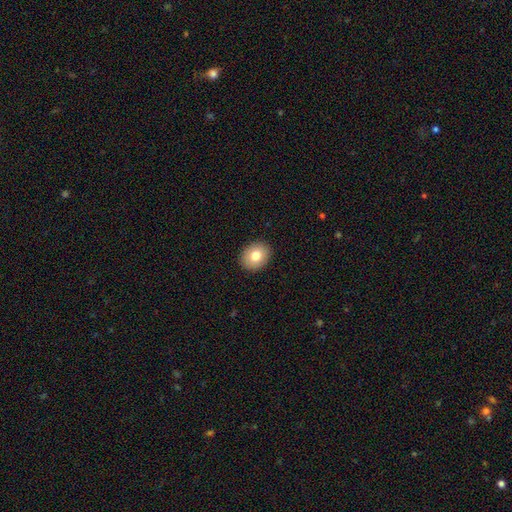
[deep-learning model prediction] This appears to be a smooth galaxy with no disk features (79%) that is round (56%). Merging: none (91%).